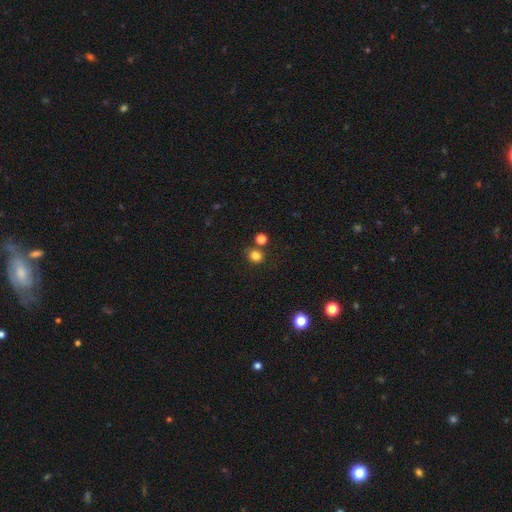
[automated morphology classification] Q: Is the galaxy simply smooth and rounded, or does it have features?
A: smooth — 81%.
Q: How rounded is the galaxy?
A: round — 74%.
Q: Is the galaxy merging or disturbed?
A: none — 72%.